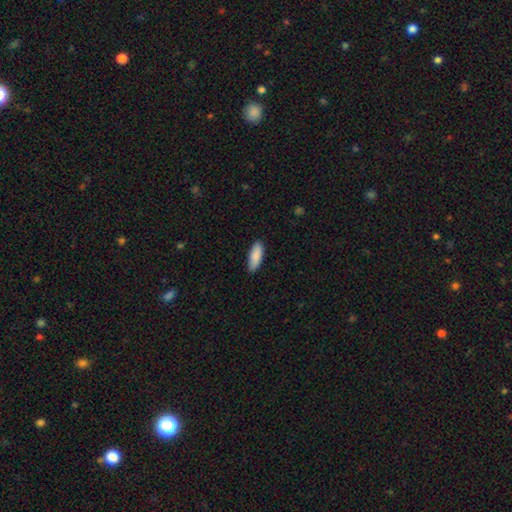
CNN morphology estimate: Overall: smooth (89%). How rounded: in between (61%; cigar-shaped 37%). Merging: none (86%).